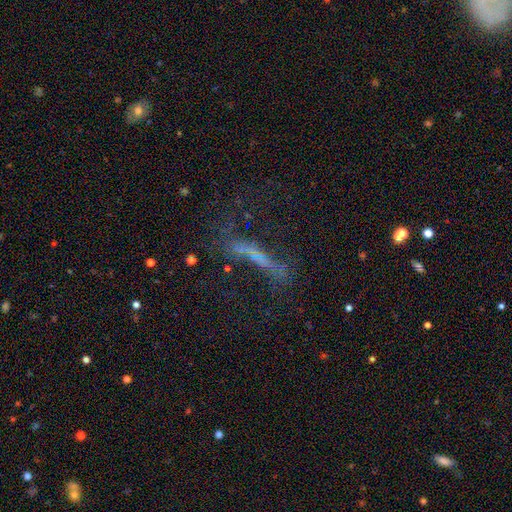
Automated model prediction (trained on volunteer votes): This is possibly a featured or disk galaxy (49%). Merging: possibly none (51%).